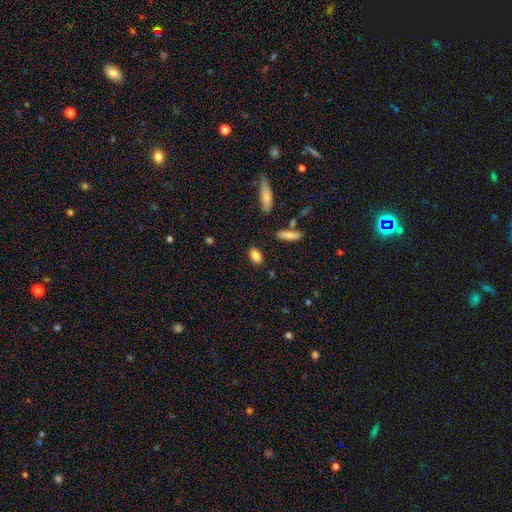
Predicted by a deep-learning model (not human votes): Smooth or featured?
  - smooth: 84% *
  - star or artifact: 8%
  - featured or disk: 7%
How rounded?
  - in between: 84% *
  - round: 12%
  - cigar-shaped: 5%
Merging?
  - none: 85% *
  - minor disturbance: 10%
  - major disturbance: 3%
  - merger: 3%